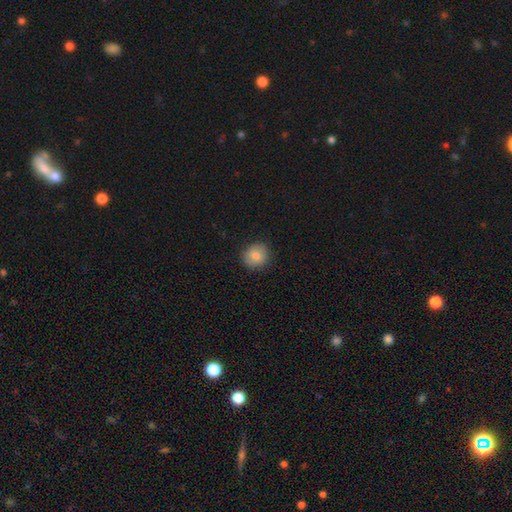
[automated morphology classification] Smooth or featured? Predicted: smooth (p=0.81). How rounded? Predicted: round (p=0.86). Merging? Predicted: none (p=0.86).